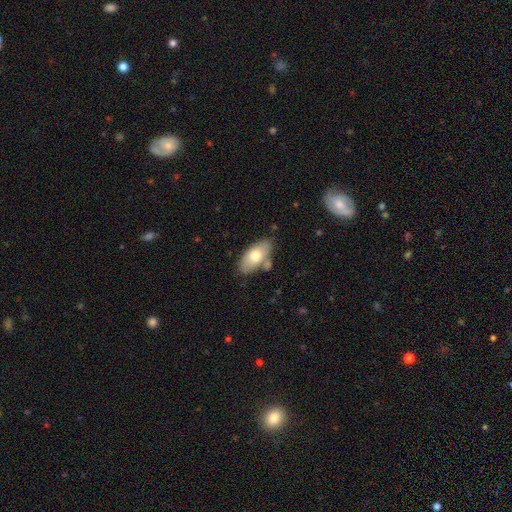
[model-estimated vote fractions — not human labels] smooth-or-featured: smooth: 70% | featured or disk: 24% | star or artifact: 6%
  how-rounded: in between: 91% | cigar-shaped: 6% | round: 3%
  merging: none: 70% | minor disturbance: 15% | merger: 11% | major disturbance: 4%